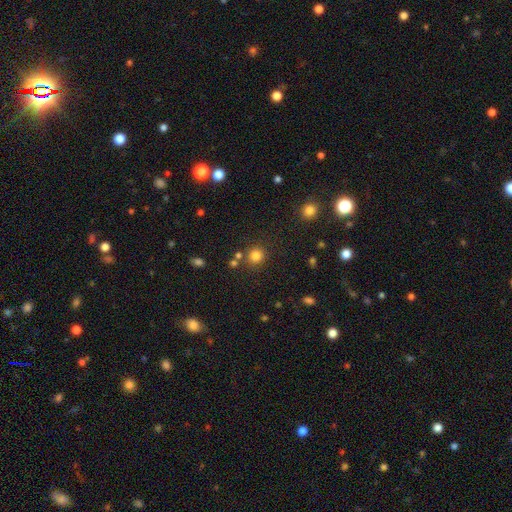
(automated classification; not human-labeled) This appears to be a smooth galaxy with no disk features (81%) that is round (91%). Merging: none (80%).